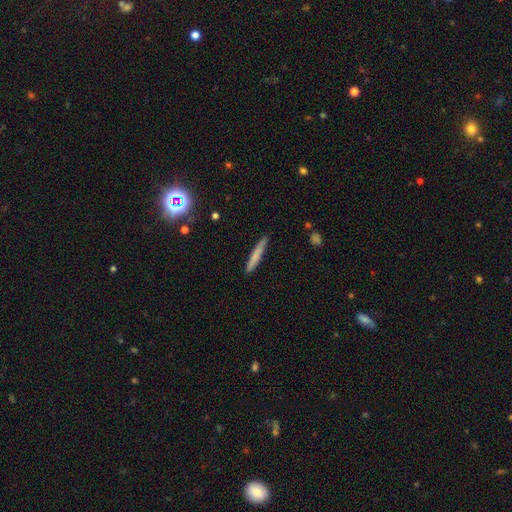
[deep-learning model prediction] Overall: smooth (71%). How rounded: cigar-shaped (95%). Merging: none (84%).